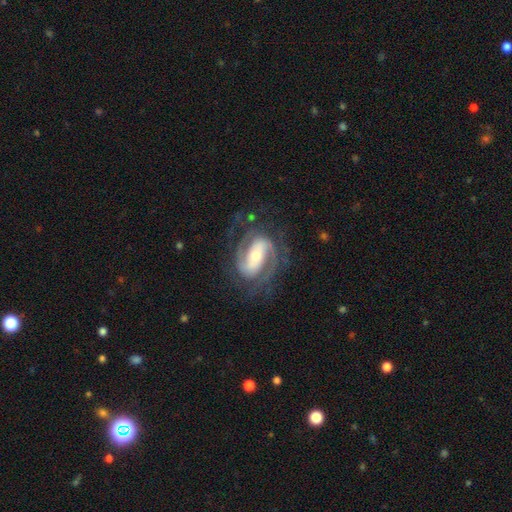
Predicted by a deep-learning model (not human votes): Smooth or featured?
  - featured or disk: 88% *
  - smooth: 7%
  - star or artifact: 5%
Edge-on disk?
  - no: 97% *
  - yes: 3%
Bar?
  - strong: 47% *
  - weak: 33%
  - no: 20%
Spiral arms?
  - yes: 96% *
  - no: 4%
Spiral winding?
  - medium: 46% *
  - tight: 40%
  - loose: 14%
Spiral arm count?
  - 2: 79% *
  - 3: 7%
  - can't tell: 7%
  - 1: 3%
  - 4: 2%
  - more than 4: 2%
Bulge size?
  - moderate: 54% *
  - small: 36%
  - large: 7%
  - dominant: 1%
  - none: 1%
Merging?
  - none: 72% *
  - minor disturbance: 15%
  - major disturbance: 12%
  - merger: 1%